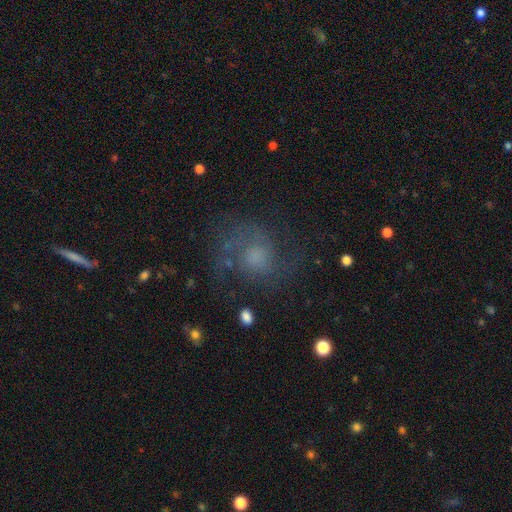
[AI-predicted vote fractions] Smooth or featured? Predicted: featured or disk (p=0.64). Edge-on disk? Predicted: no (p=0.98). Bar? Predicted: no (p=0.72). Spiral arms? Predicted: yes (p=0.89). Spiral winding? Predicted: medium (p=0.49). Spiral arm count? Predicted: 2 (p=0.70). Bulge size? Predicted: moderate (p=0.34). Merging? Predicted: none (p=0.64).